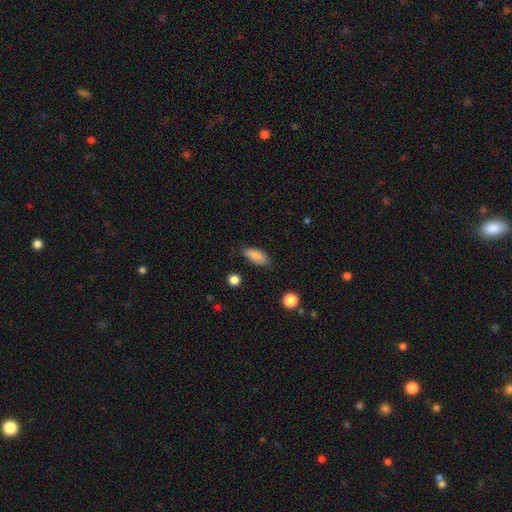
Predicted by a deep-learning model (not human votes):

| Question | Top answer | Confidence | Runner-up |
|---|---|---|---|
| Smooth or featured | smooth | 85% | featured or disk (8%) |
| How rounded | in between | 83% | cigar-shaped (15%) |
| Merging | none | 81% | minor disturbance (15%) |